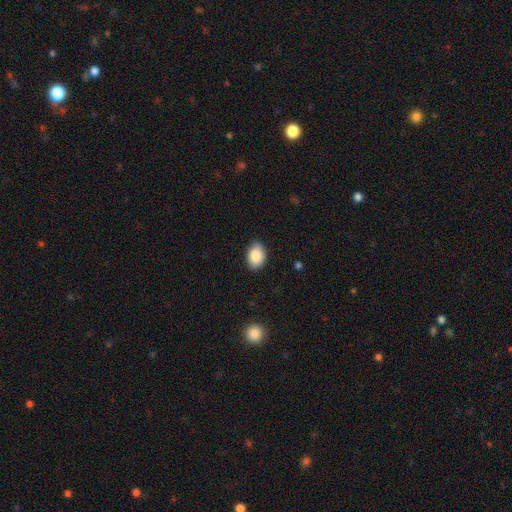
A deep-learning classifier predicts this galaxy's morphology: Smooth or featured? smooth (88%)
How rounded? in between (81%)
Merging? none (85%)